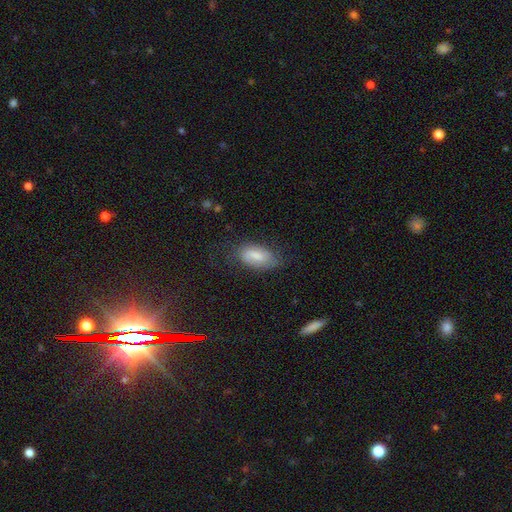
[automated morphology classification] smooth 65%, featured or disk 27%, star or artifact 8%. Down the decision tree: how rounded — in between (90%); merging — none (63%).